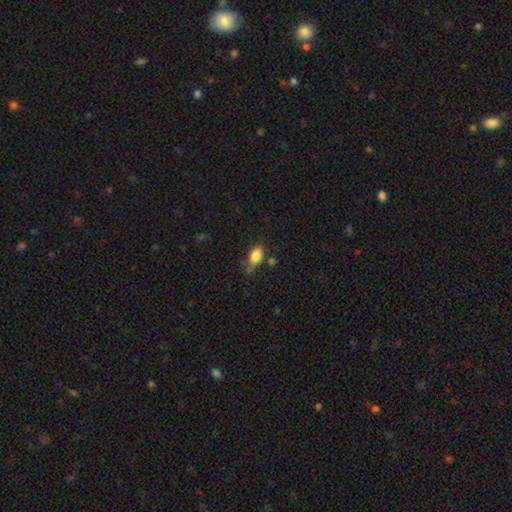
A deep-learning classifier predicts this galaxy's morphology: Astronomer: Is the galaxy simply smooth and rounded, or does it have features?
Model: smooth — 84%.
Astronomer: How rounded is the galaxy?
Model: in between — 84%.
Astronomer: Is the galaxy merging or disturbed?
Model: none — 56%.